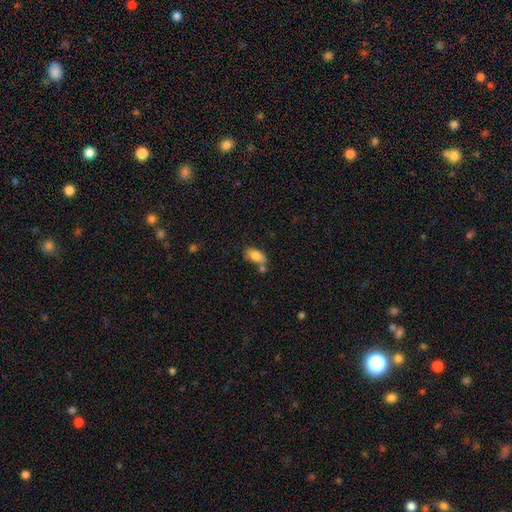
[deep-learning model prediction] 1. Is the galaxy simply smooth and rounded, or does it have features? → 81% smooth, 11% featured or disk, 8% star or artifact.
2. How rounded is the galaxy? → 89% in between, 7% cigar-shaped, 4% round.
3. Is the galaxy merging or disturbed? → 52% none, 25% merger, 18% minor disturbance, 6% major disturbance.